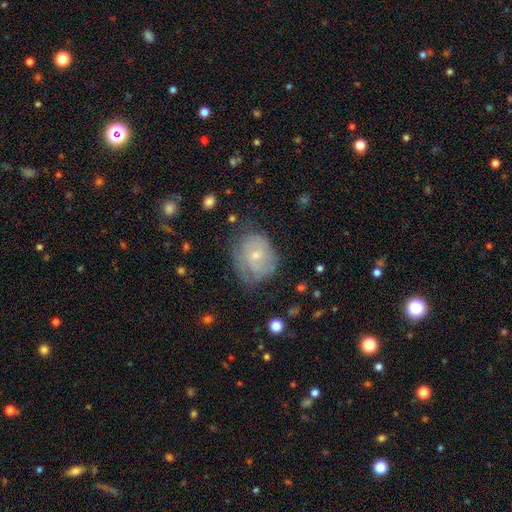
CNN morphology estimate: Smooth or featured? Predicted: featured or disk (p=0.60). Edge-on disk? Predicted: no (p=0.96). Bar? Predicted: no (p=0.77). Spiral arms? Predicted: yes (p=0.77). Bulge size? Predicted: small (p=0.62). Merging? Predicted: none (p=0.55).